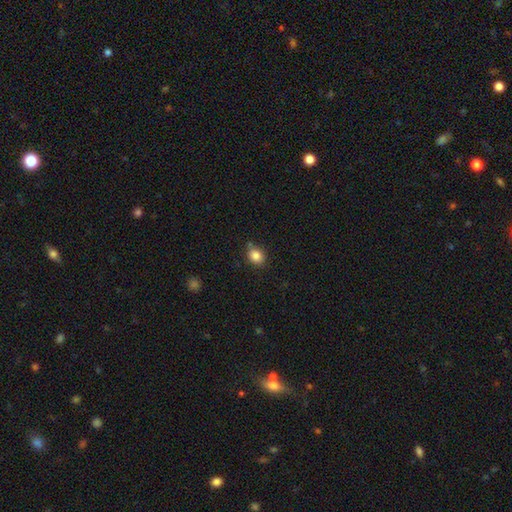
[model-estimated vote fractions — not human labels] This is clearly a smooth galaxy (84%). How rounded: possibly round (56%). Merging: likely none (77%).